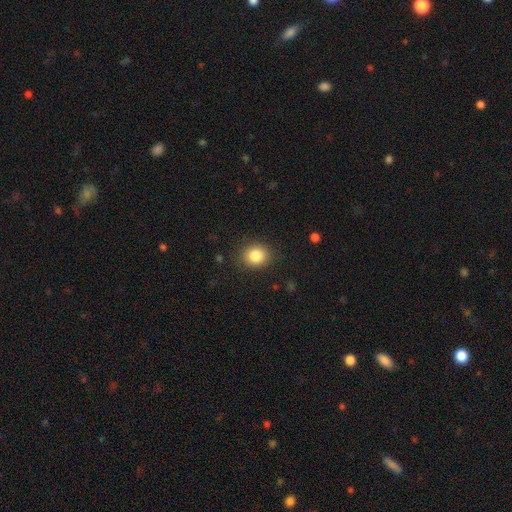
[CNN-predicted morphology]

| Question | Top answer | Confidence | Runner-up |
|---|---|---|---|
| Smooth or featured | smooth | 84% | star or artifact (10%) |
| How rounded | round | 67% | in between (32%) |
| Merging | none | 86% | minor disturbance (9%) |